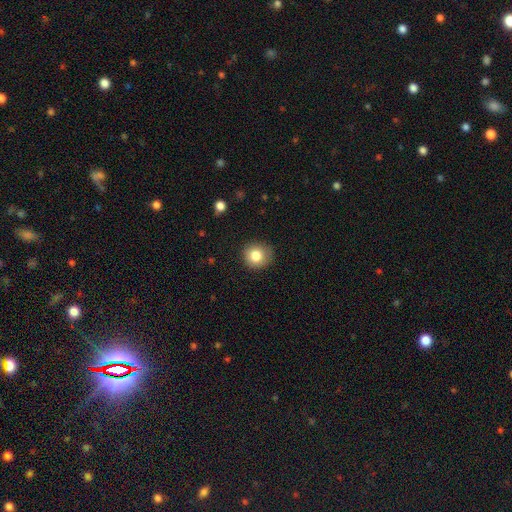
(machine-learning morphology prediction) This is clearly a smooth galaxy (82%). How rounded: clearly round (89%). Merging: clearly none (84%).